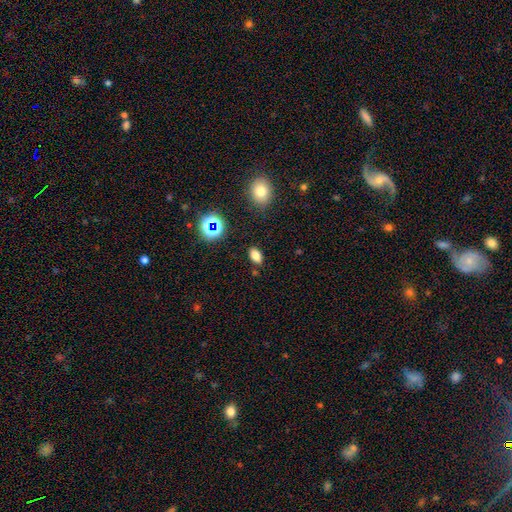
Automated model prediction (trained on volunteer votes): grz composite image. It shows a smooth galaxy with no disk features (75%) that is in between round and cigar-shaped (87%). Merging: none (85%).